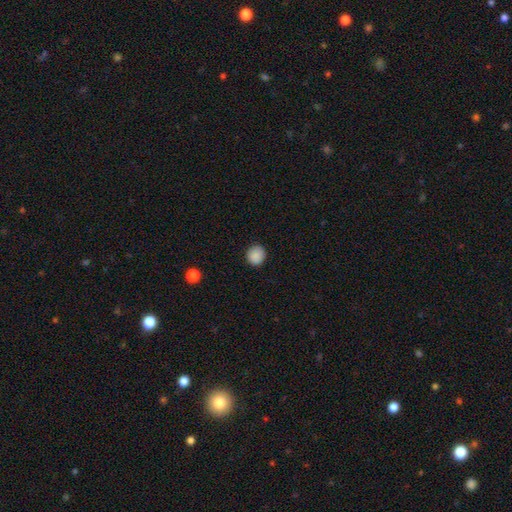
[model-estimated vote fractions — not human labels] Morphology: type=smooth (88%); roundness=round (88%); merging=none (90%).